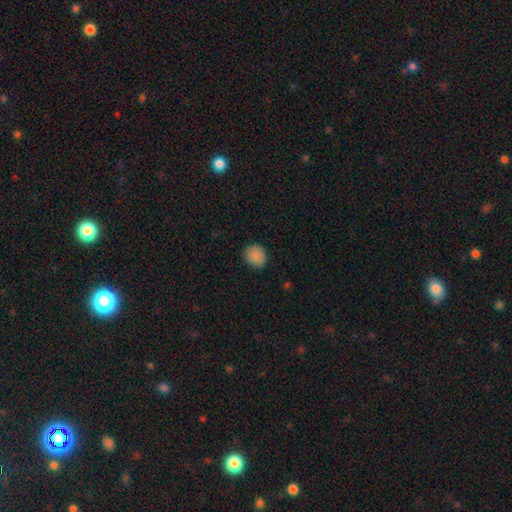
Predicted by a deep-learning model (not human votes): Smooth or featured: smooth — 87% (star or artifact — 9%)
How rounded: round — 78% (in between — 21%)
Merging: none — 85% (minor disturbance — 12%)